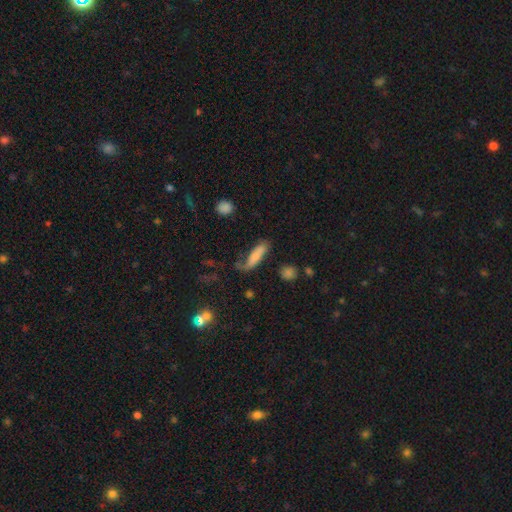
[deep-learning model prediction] Smooth or featured? Predicted: smooth (p=0.69). How rounded? Predicted: cigar-shaped (p=0.57). Merging? Predicted: none (p=0.48).